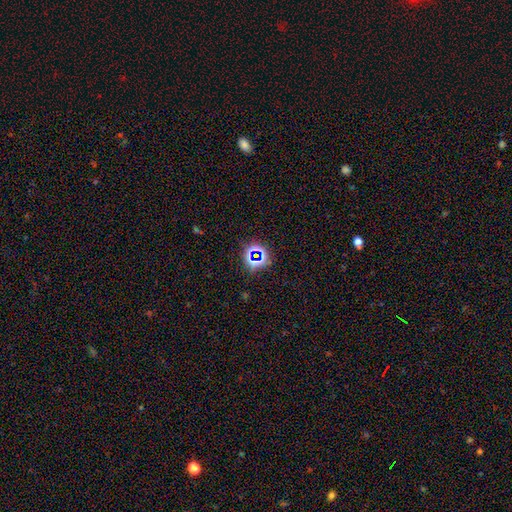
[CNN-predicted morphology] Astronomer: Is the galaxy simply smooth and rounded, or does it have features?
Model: star or artifact — 71%.